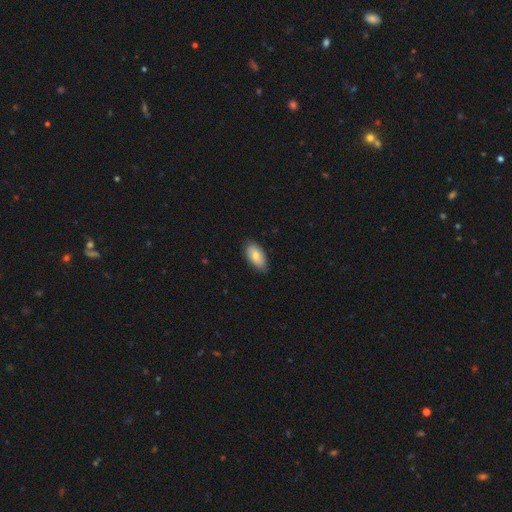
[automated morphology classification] A smooth galaxy with no disk features (72%) that is in between round and cigar-shaped (94%). Merging: none (82%).